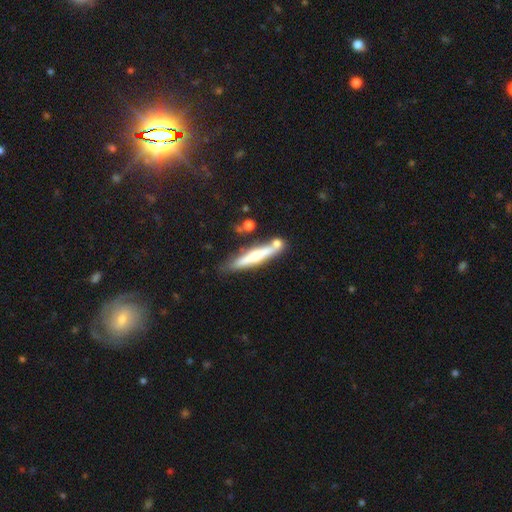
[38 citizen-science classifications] Overall: featured or disk (66%; smooth 29%). Edge-on disk: yes (92%). Edge-on bulge: rounded (96%). Merging: none (69%).